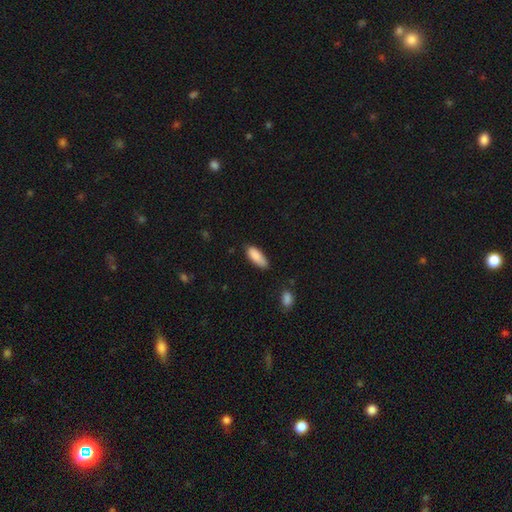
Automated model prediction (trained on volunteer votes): smooth-or-featured: smooth: 87% | star or artifact: 6% | featured or disk: 6%
  how-rounded: in between: 73% | cigar-shaped: 25% | round: 2%
  merging: none: 67% | minor disturbance: 26% | major disturbance: 4% | merger: 3%